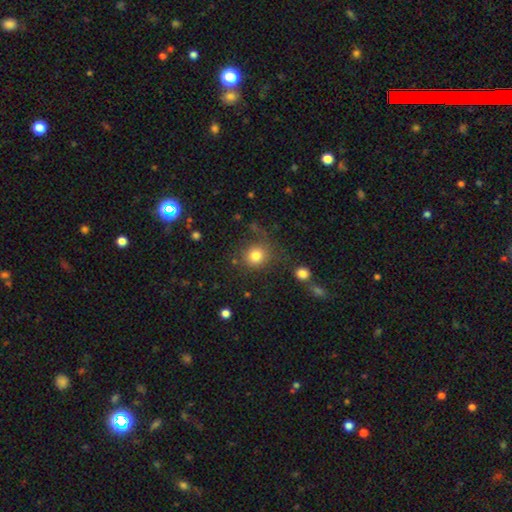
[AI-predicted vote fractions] Smooth or featured?
  - smooth: 81% *
  - star or artifact: 13%
  - featured or disk: 7%
How rounded?
  - round: 85% *
  - in between: 14%
  - cigar-shaped: 1%
Merging?
  - none: 78% *
  - minor disturbance: 12%
  - major disturbance: 6%
  - merger: 4%